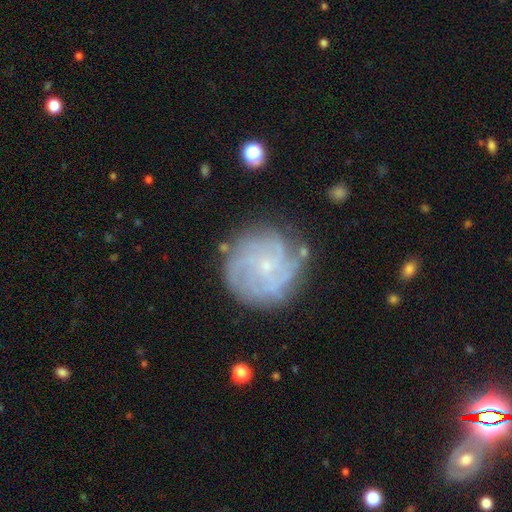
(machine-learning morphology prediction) A featured or disk galaxy (55%) with no bar (71%), spiral arms (85%) and a small central bulge (80%). Merging: none (80%).